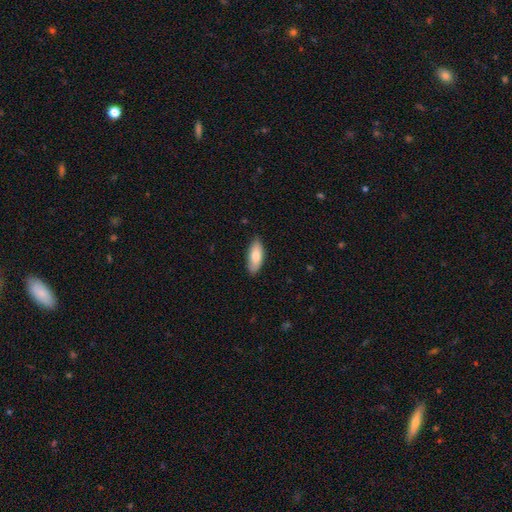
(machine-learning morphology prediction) Q: Smooth or featured?
A: smooth (80%); runner-up: featured or disk (14%)
Q: How rounded?
A: in between (81%); runner-up: cigar-shaped (17%)
Q: Merging?
A: none (83%); runner-up: minor disturbance (14%)